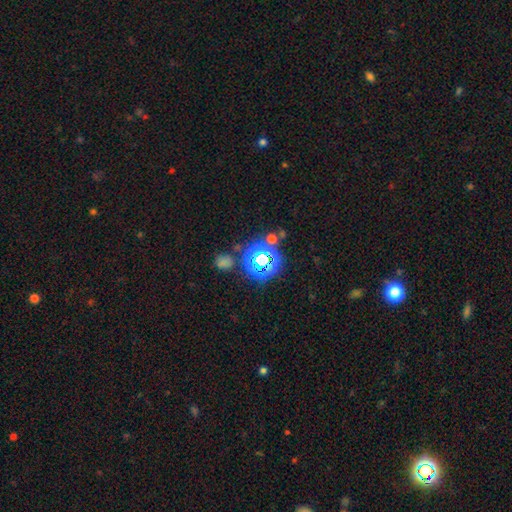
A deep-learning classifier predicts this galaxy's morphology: smooth_or_featured: star or artifact (p=0.67) [alt: smooth p=0.26]